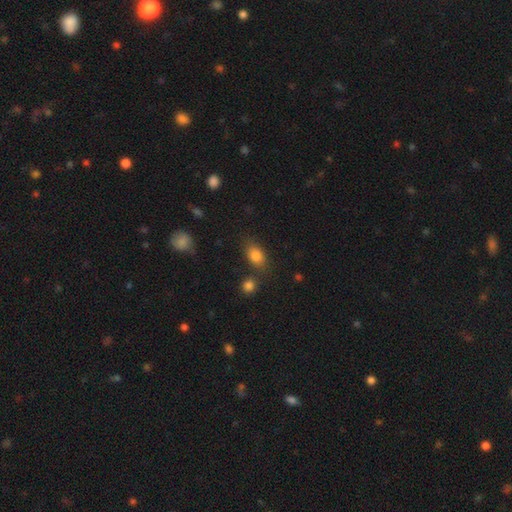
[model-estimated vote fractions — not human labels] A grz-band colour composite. It shows a smooth galaxy with no disk features (83%) that is in between round and cigar-shaped (81%). Merging: none (72%).